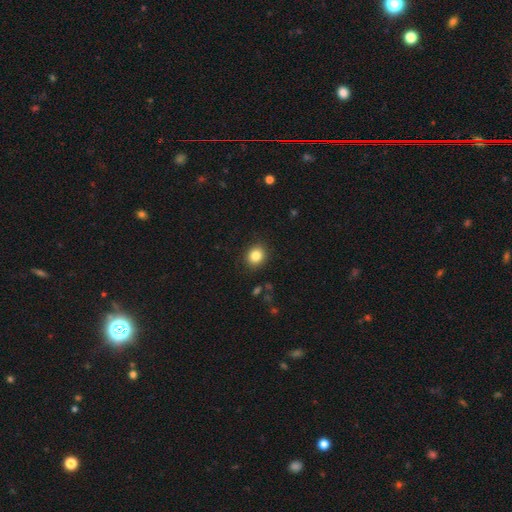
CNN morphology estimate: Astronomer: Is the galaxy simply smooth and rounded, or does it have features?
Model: smooth — 85%.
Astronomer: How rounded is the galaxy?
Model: round — 73%.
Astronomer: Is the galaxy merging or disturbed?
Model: none — 89%.